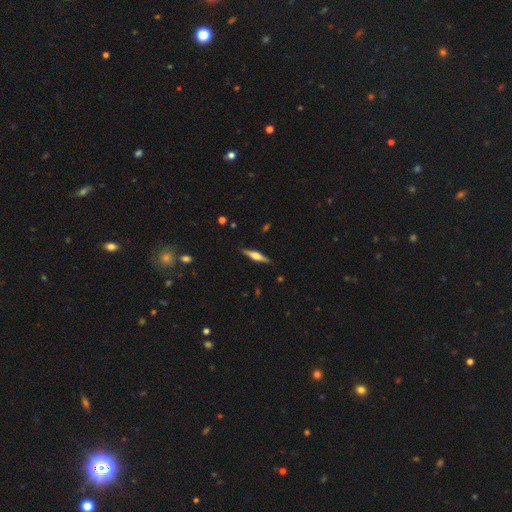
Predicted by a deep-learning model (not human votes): Morphology: type=featured or disk (66%); edge-on=yes (97%); edge-on bulge=rounded (81%); merging=none (89%).